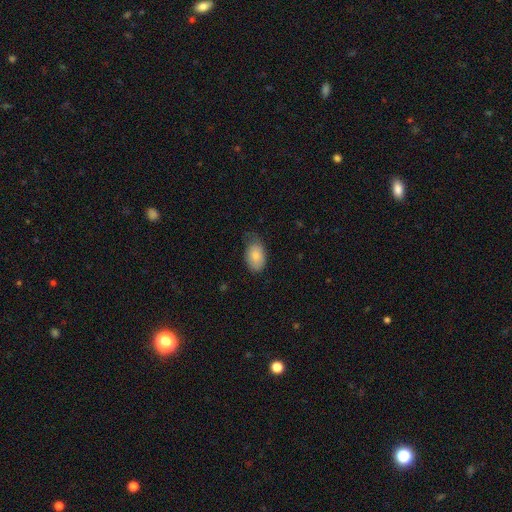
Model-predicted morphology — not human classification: Q: Smooth or featured?
A: smooth (82%); runner-up: featured or disk (11%)
Q: How rounded?
A: in between (91%); runner-up: round (8%)
Q: Merging?
A: none (53%); runner-up: minor disturbance (36%)